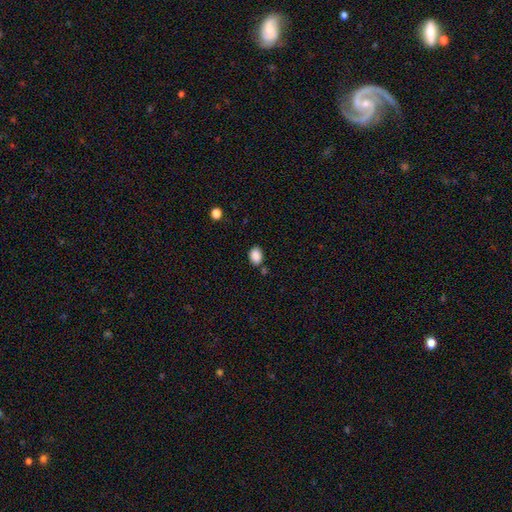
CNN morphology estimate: smooth-or-featured: smooth: 88% | star or artifact: 9% | featured or disk: 3%
  how-rounded: in between: 71% | round: 28% | cigar-shaped: 1%
  merging: none: 76% | minor disturbance: 14% | merger: 6% | major disturbance: 3%